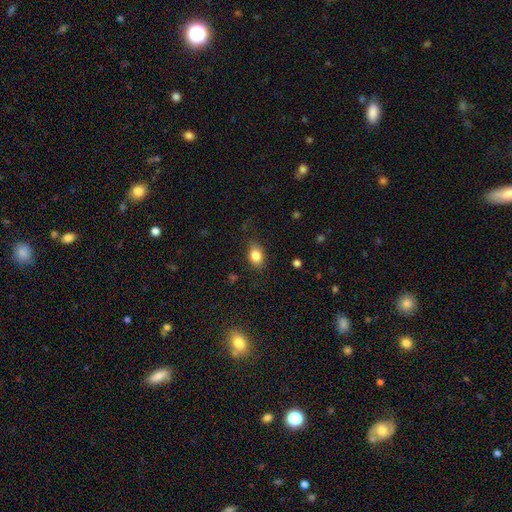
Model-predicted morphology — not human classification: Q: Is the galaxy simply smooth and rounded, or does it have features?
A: smooth — 84%.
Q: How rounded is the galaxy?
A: in between — 76%.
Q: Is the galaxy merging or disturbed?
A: none — 81%.